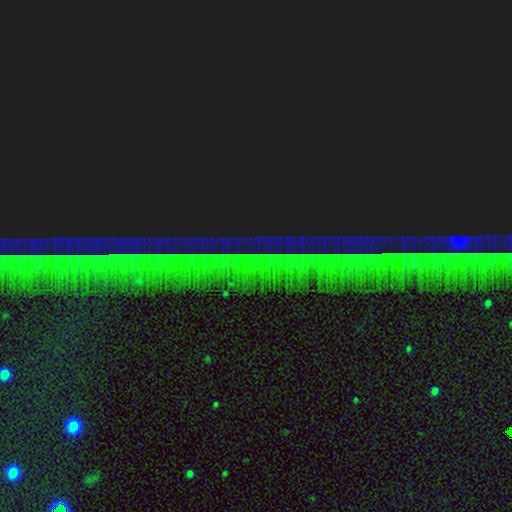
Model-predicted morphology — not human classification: Q: Smooth or featured?
A: star or artifact (88%); runner-up: featured or disk (6%)